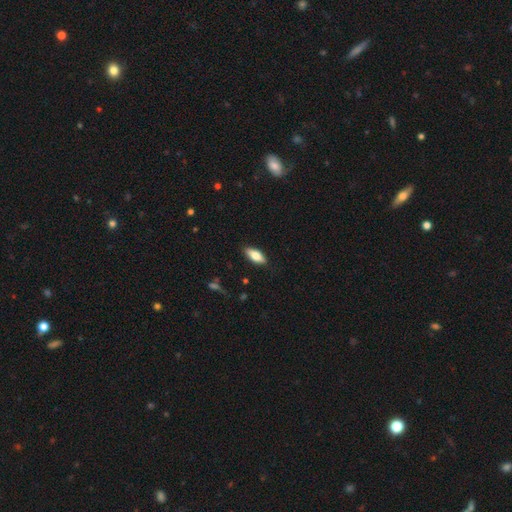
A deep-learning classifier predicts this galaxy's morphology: This appears to be a smooth galaxy with no disk features (77%) that is in between round and cigar-shaped (79%). Merging: none (86%).